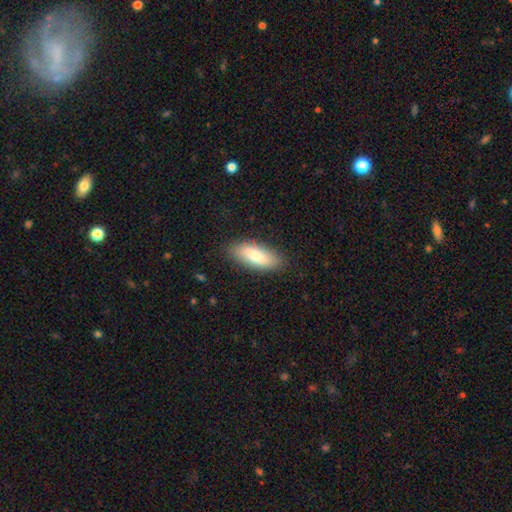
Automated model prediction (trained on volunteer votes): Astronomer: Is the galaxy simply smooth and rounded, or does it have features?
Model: smooth — 78%.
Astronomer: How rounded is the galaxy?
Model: in between — 79%.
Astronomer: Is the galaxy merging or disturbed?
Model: none — 85%.